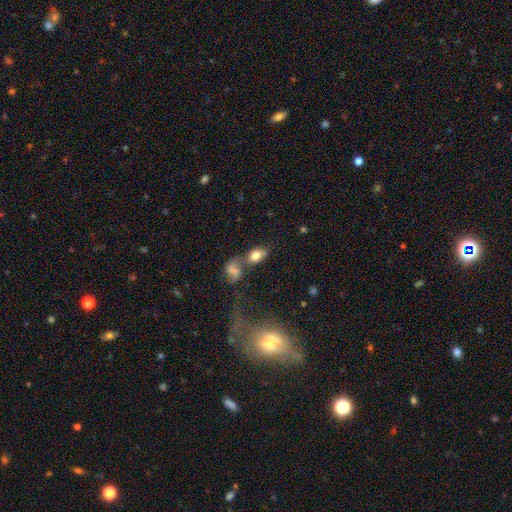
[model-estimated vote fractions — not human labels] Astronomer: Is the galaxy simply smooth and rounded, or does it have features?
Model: smooth — 75%.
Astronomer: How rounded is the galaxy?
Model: in between — 80%.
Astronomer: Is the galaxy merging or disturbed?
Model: none — 43% (runner-up: merger, 35%).